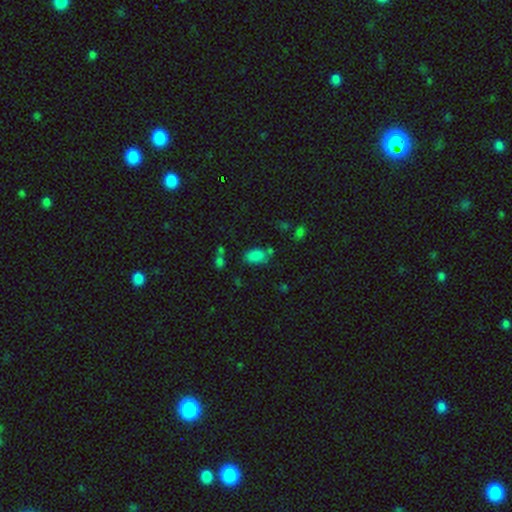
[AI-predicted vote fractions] Smooth or featured?
  - smooth: 81% *
  - star or artifact: 13%
  - featured or disk: 6%
How rounded?
  - in between: 88% *
  - round: 11%
  - cigar-shaped: 2%
Merging?
  - none: 60% *
  - minor disturbance: 20%
  - merger: 13%
  - major disturbance: 7%